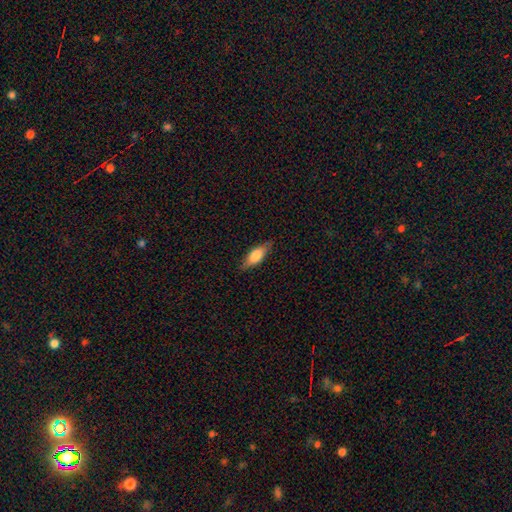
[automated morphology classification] type=smooth (74%); roundness=in between (68%); merging=none (81%).